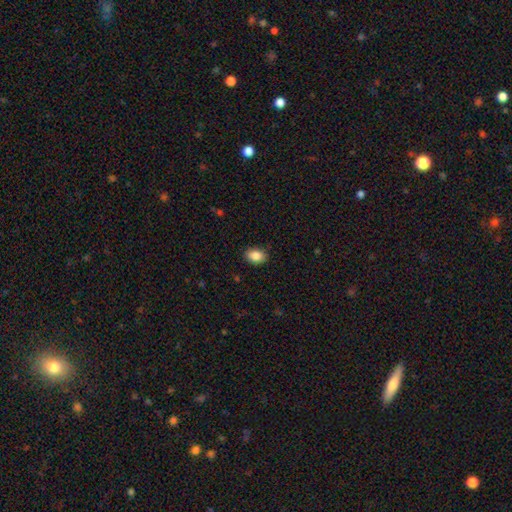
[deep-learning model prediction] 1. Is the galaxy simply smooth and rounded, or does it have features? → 88% smooth, 8% star or artifact, 5% featured or disk.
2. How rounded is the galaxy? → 77% in between, 22% round, 1% cigar-shaped.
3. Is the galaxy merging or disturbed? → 87% none, 9% minor disturbance, 2% major disturbance, 1% merger.